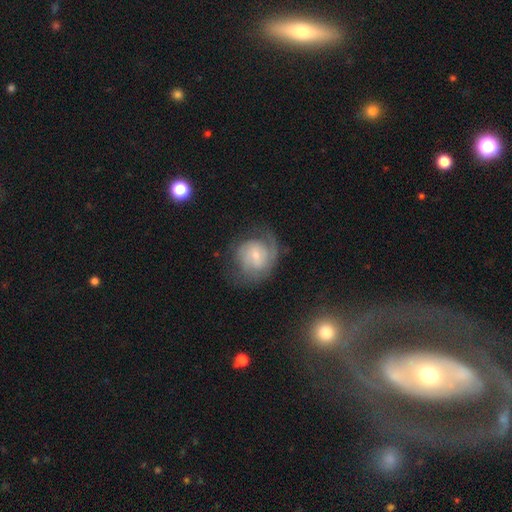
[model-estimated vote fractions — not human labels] This appears to be a featured or disk galaxy (71%) with no bar (52%), 2 (48%) tight (44%) spiral arms (90%) and a small central bulge (66%). Merging: none (59%).